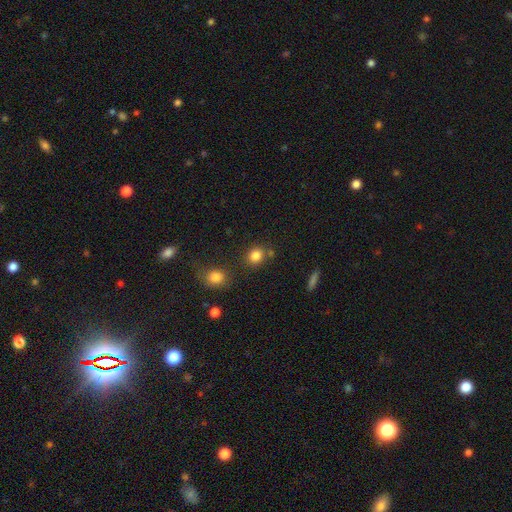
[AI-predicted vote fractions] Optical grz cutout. It shows a smooth galaxy with no disk features (83%) that is round (77%). Merging: none (75%).